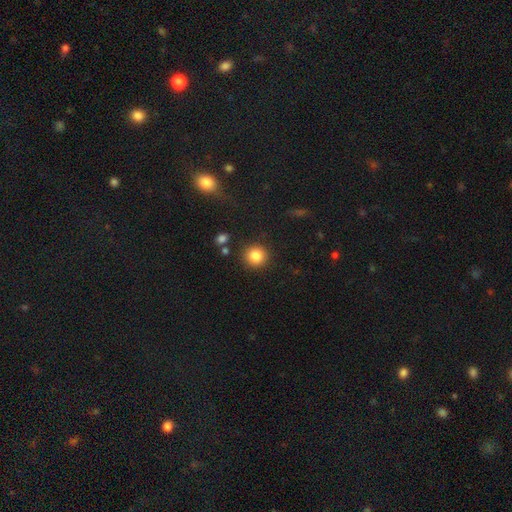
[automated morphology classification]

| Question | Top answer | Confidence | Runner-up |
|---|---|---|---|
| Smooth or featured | smooth | 84% | star or artifact (11%) |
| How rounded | round | 92% | in between (7%) |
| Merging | none | 88% | minor disturbance (7%) |